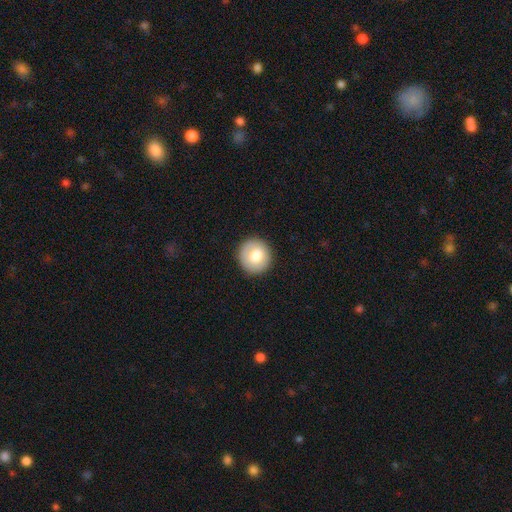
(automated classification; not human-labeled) smooth-or-featured: smooth: 76% | featured or disk: 16% | star or artifact: 7%
  how-rounded: round: 93% | in between: 6% | cigar-shaped: 1%
  merging: none: 91% | minor disturbance: 6% | major disturbance: 2% | merger: 1%